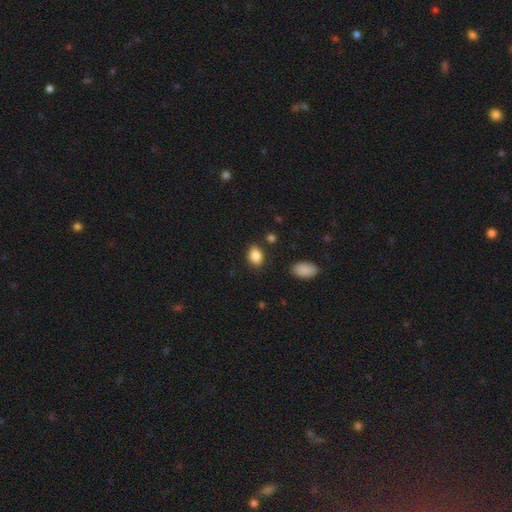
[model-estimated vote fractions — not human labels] Smooth or featured? smooth (87%)
How rounded? in between (77%)
Merging? none (83%)